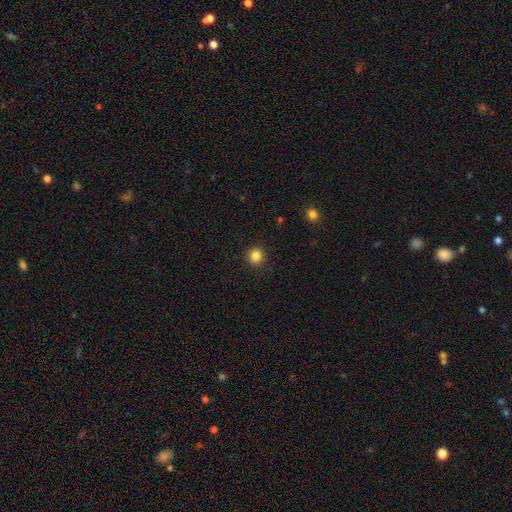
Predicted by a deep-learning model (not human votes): A smooth galaxy with no disk features (85%) that is round (92%). Merging: none (91%).